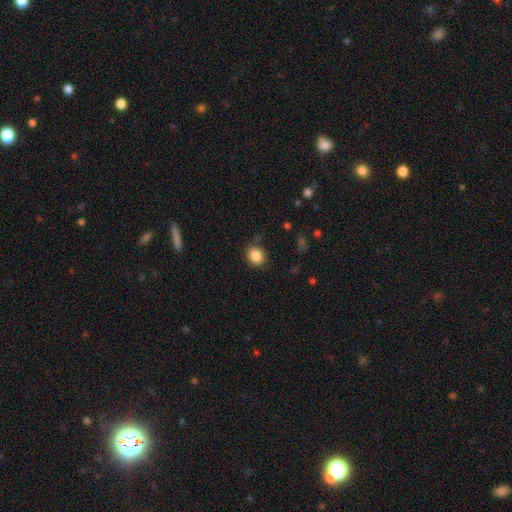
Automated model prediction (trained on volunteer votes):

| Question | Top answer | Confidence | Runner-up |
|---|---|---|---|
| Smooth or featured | smooth | 86% | star or artifact (10%) |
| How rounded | round | 67% | in between (32%) |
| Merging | none | 82% | minor disturbance (13%) |